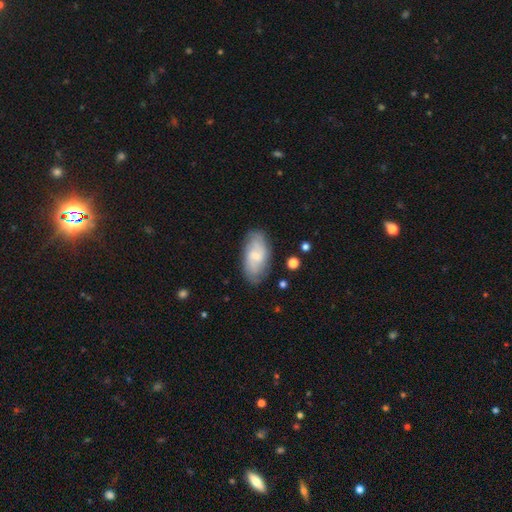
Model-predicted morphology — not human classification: Smooth or featured? Predicted: featured or disk (p=0.54). Edge-on disk? Predicted: no (p=0.94). Bar? Predicted: weak (p=0.52). Spiral arms? Predicted: yes (p=0.85). Bulge size? Predicted: small (p=0.47). Merging? Predicted: none (p=0.76).